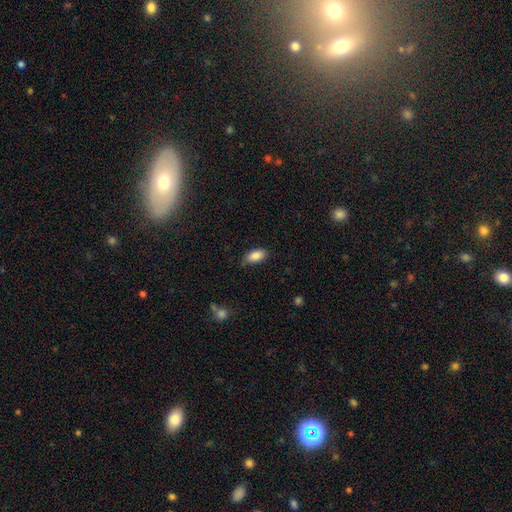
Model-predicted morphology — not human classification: Smooth or featured: smooth — 88% (star or artifact — 7%)
How rounded: in between — 92% (cigar-shaped — 5%)
Merging: none — 77% (minor disturbance — 18%)